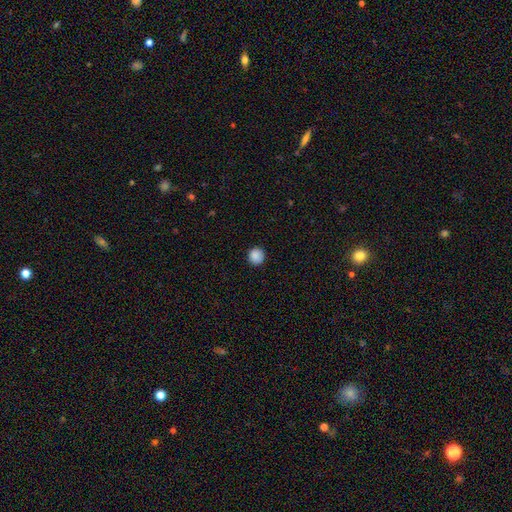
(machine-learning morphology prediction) This is clearly a smooth galaxy (88%). How rounded: clearly round (94%). Merging: clearly none (92%).